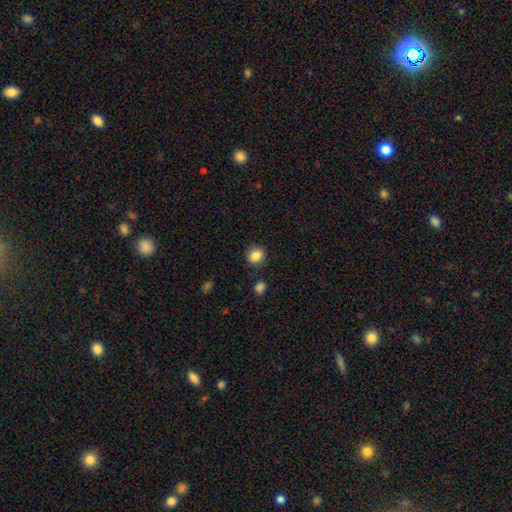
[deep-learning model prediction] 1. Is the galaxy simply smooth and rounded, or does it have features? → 86% smooth, 10% star or artifact, 4% featured or disk.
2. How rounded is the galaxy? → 74% round, 25% in between, 1% cigar-shaped.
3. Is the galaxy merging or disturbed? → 86% none, 9% minor disturbance, 3% major disturbance, 3% merger.